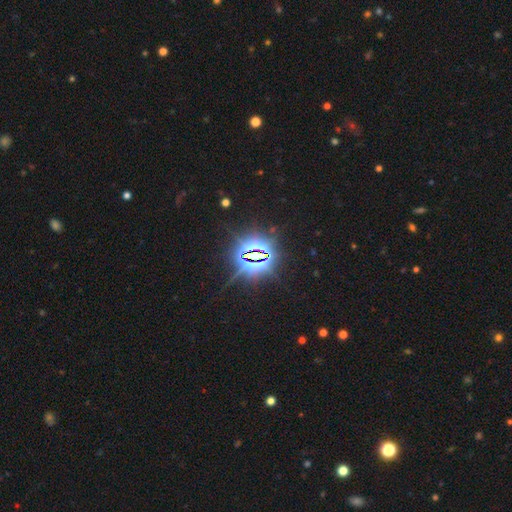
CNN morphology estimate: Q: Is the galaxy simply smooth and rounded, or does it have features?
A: star or artifact — 83%.